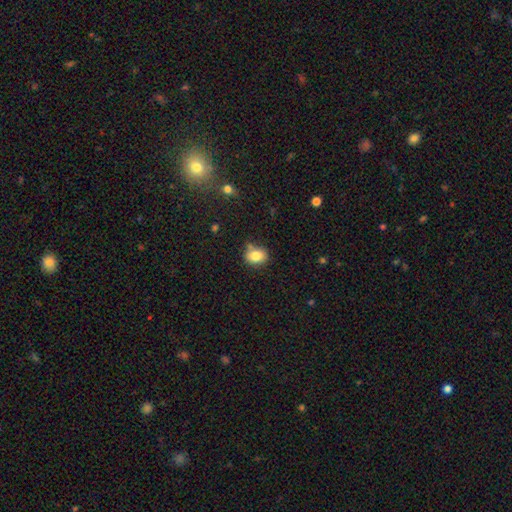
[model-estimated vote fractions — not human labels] A smooth galaxy with no disk features (82%) that is in between round and cigar-shaped (51%). Merging: none (67%).